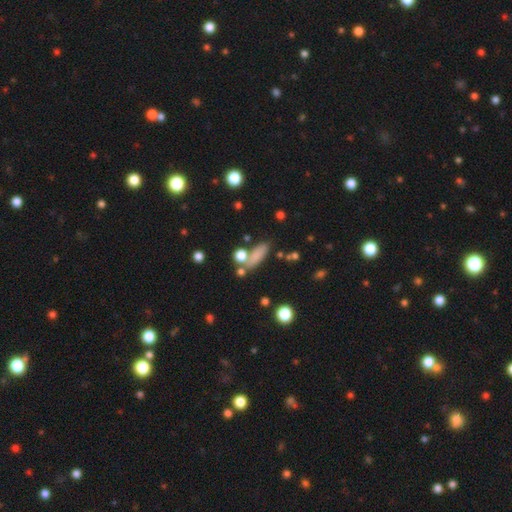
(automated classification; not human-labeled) Smooth or featured: smooth — 76% (star or artifact — 12%)
How rounded: in between — 52% (cigar-shaped — 40%)
Merging: none — 63% (minor disturbance — 16%)